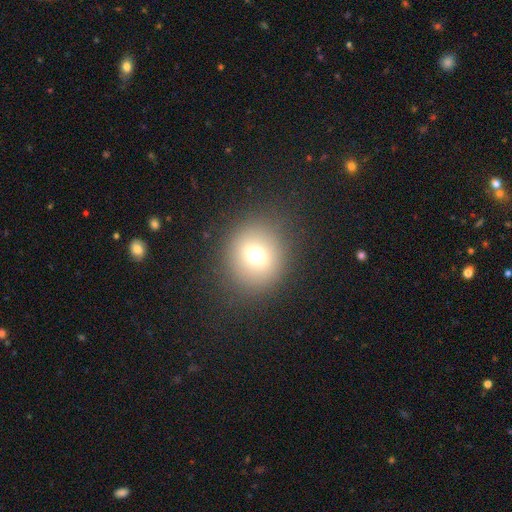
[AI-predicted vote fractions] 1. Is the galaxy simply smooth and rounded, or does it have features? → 67% smooth, 20% star or artifact, 13% featured or disk.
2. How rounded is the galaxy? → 87% round, 12% in between, 1% cigar-shaped.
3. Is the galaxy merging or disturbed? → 86% none, 8% minor disturbance, 5% major disturbance, 1% merger.